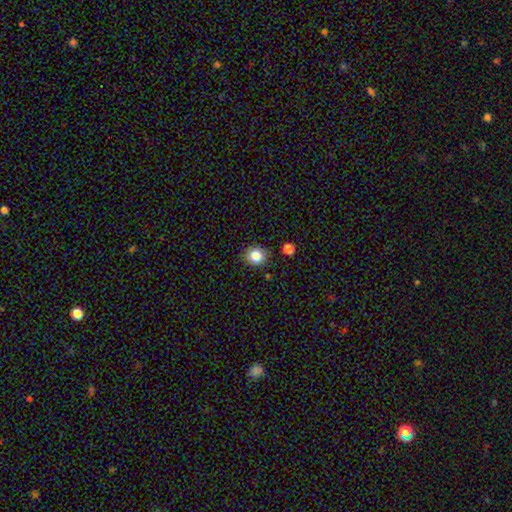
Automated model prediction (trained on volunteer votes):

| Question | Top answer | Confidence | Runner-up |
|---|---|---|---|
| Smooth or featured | smooth | 85% | star or artifact (10%) |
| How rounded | round | 84% | in between (15%) |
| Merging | none | 87% | minor disturbance (8%) |